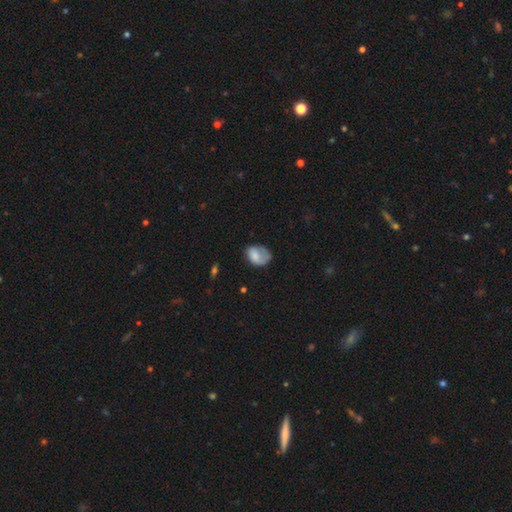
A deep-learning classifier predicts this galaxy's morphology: smooth_or_featured: smooth (p=0.70) [alt: featured or disk p=0.22]
how_rounded: in between (p=0.72) [alt: round p=0.27]
merging: none (p=0.43) [alt: minor disturbance p=0.32]